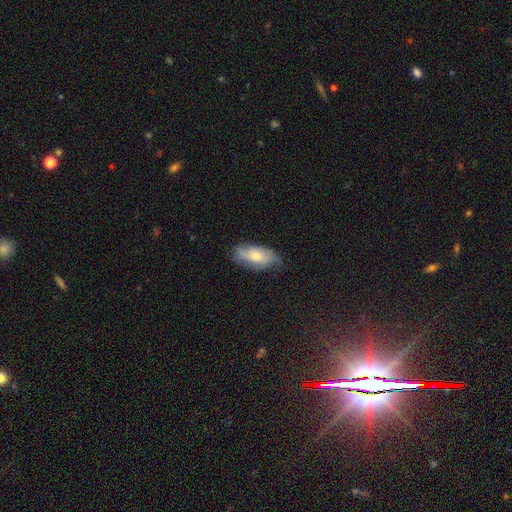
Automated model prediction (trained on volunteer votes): A smooth galaxy with no disk features (48%). Merging: none (66%).